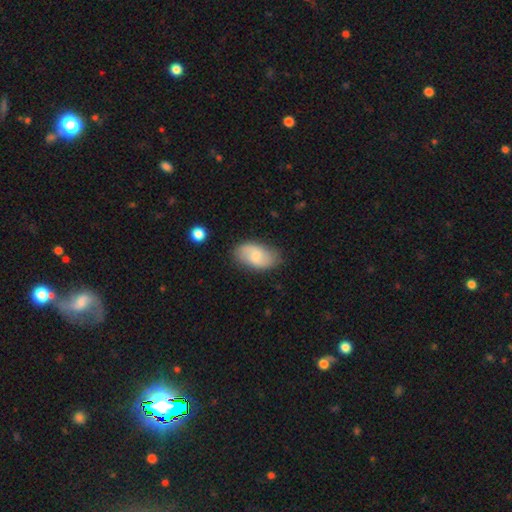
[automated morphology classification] This appears to be a smooth galaxy with no disk features (53%) that is in between round and cigar-shaped (93%). Merging: none (79%).